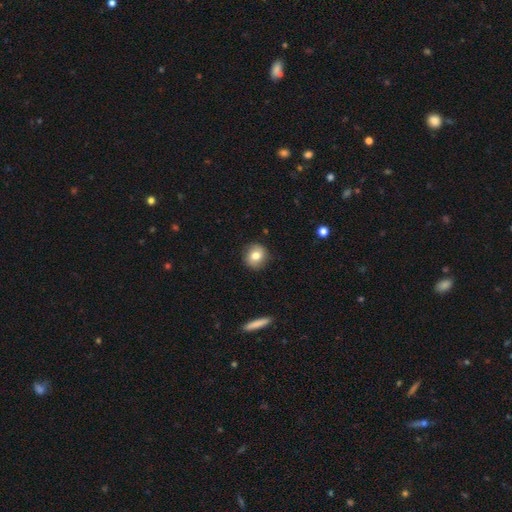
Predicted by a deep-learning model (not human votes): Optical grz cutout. It shows a smooth galaxy with no disk features (76%) that is round (87%). Merging: none (87%).